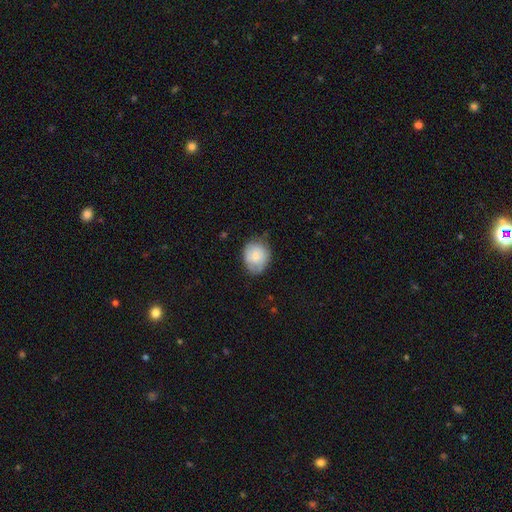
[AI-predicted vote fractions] smooth-or-featured: smooth: 77% | featured or disk: 16% | star or artifact: 7%
  how-rounded: round: 64% | in between: 35% | cigar-shaped: 1%
  merging: none: 66% | minor disturbance: 27% | major disturbance: 6% | merger: 1%